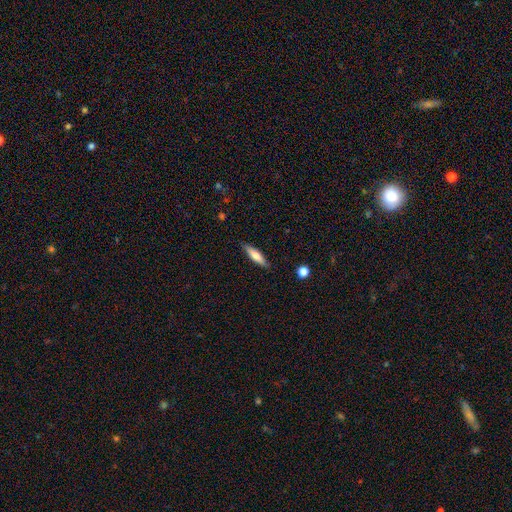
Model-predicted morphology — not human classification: The model was most divided on "smooth or featured": smooth: 64%, featured or disk: 30%, star or artifact: 6%. More confident: merging — none (87%); how rounded — cigar-shaped (76%).